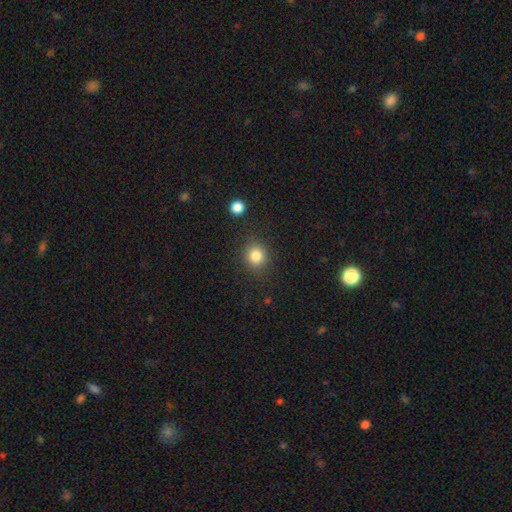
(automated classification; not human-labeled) A smooth galaxy with no disk features (83%) that is round (81%). Merging: none (85%).